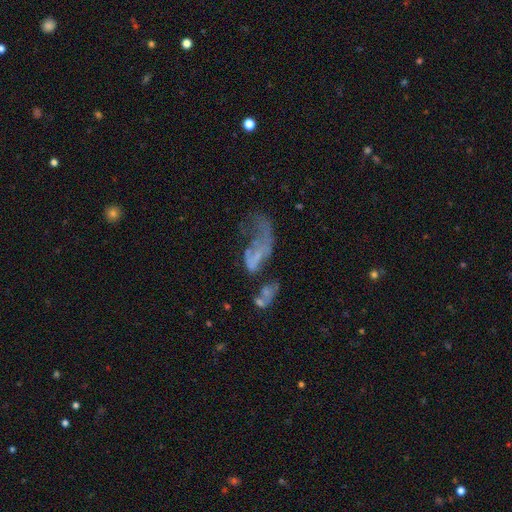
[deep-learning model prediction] A featured or disk galaxy (54%) with no bar (80%), no spiral arms (74%) and no central bulge (69%).

Vote fractions:
- Smooth or featured? featured or disk: 54% / smooth: 28% / star or artifact: 18%
- Edge-on disk? no: 95% / yes: 5%
- Bar? no: 80% / weak: 14% / strong: 6%
- Spiral arms? no: 74% / yes: 26%
- Bulge size? none: 69% / small: 21% / moderate: 7% / large: 2% / dominant: 1%
- Merging? major disturbance: 49% / merger: 24% / none: 16% / minor disturbance: 11%